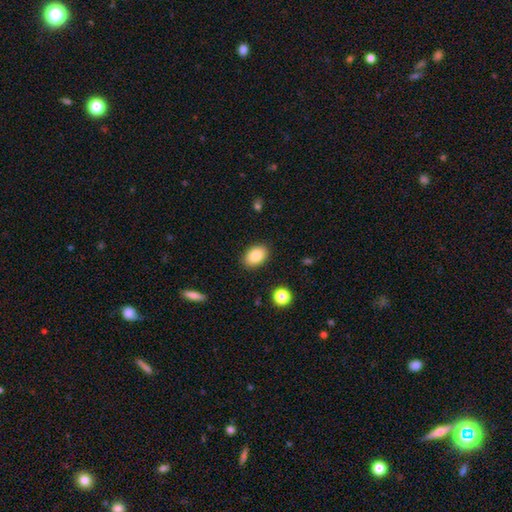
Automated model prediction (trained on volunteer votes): The model was most divided on "how rounded": in between: 87%, round: 12%, cigar-shaped: 1%. More confident: merging — none (88%); smooth or featured — smooth (87%).